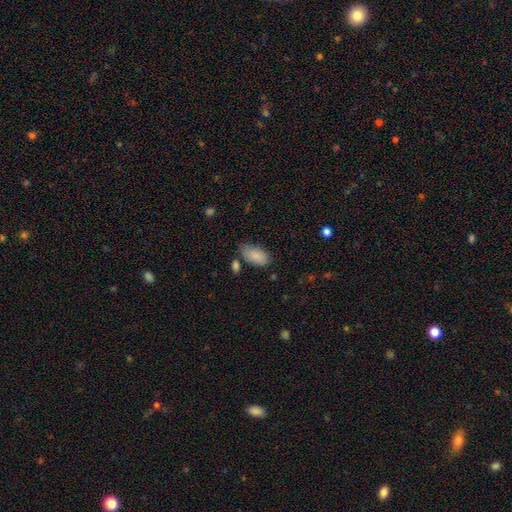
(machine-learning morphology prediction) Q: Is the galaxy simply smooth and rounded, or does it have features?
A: smooth — 84%.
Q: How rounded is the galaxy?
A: in between — 94%.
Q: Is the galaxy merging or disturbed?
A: none — 68%.